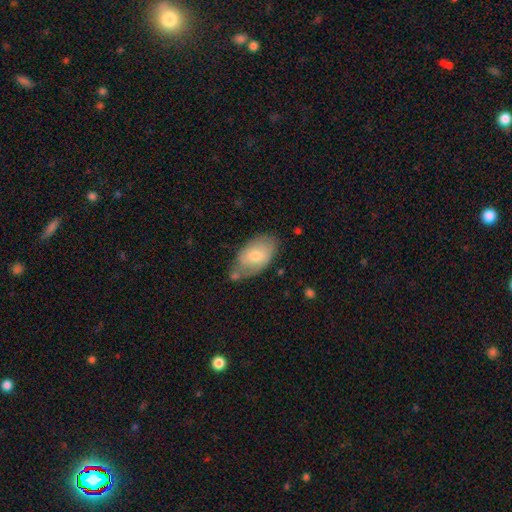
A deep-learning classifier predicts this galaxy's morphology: type=smooth (65%); roundness=in between (93%); merging=none (55%).